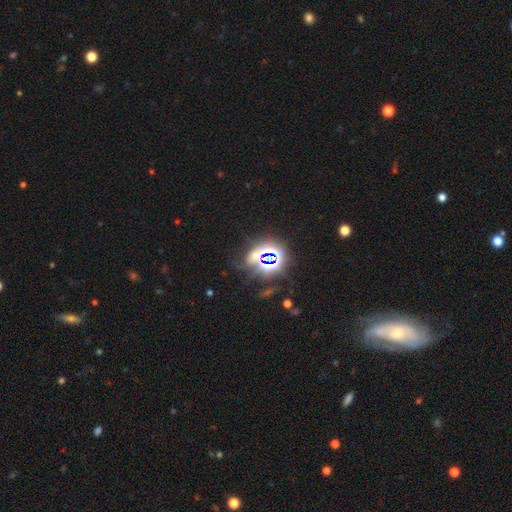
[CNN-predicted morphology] A star or artifact, not a galaxy (71%).

Vote fractions:
- Smooth or featured? star or artifact: 71% / smooth: 18% / featured or disk: 11%